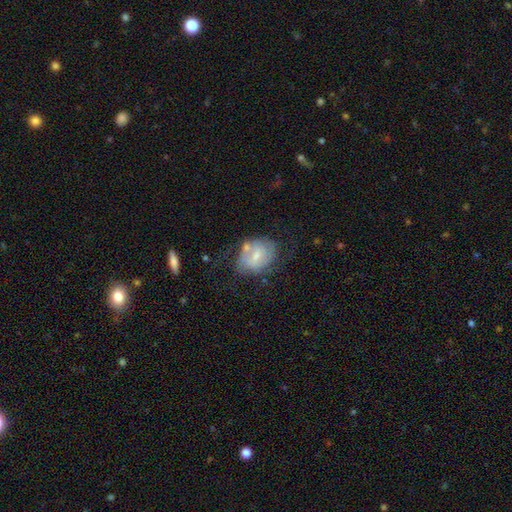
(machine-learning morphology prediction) type=featured or disk (48%); merging=none (48%).